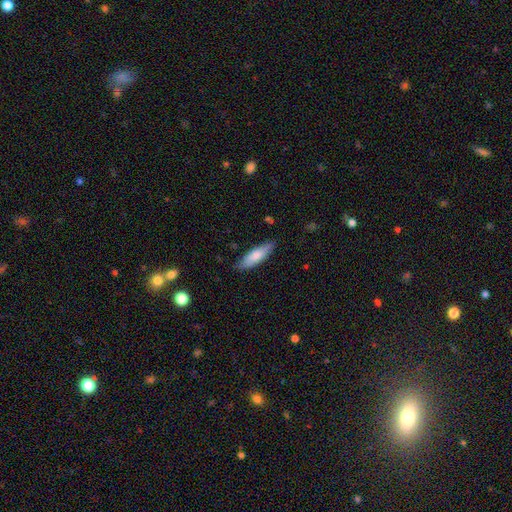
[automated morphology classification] A smooth galaxy with no disk features (76%) that is cigar-shaped (52%).

Vote fractions:
- Smooth or featured? smooth: 76% / featured or disk: 19% / star or artifact: 5%
- How rounded? cigar-shaped: 52% / in between: 46% / round: 2%
- Merging? none: 82% / minor disturbance: 15% / major disturbance: 2% / merger: 1%